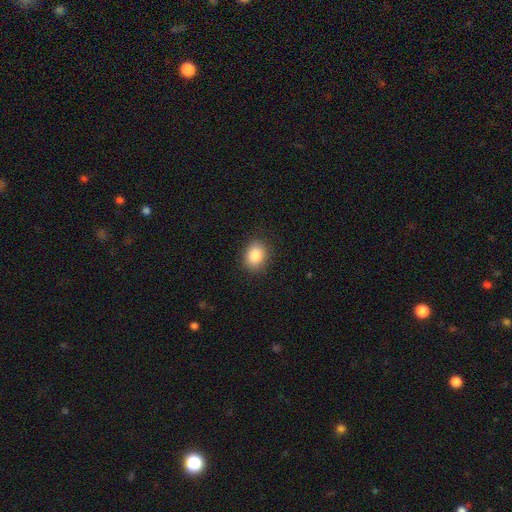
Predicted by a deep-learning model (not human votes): smooth_or_featured: smooth (p=0.86) [alt: star or artifact p=0.09]
how_rounded: round (p=0.51) [alt: in between p=0.48]
merging: none (p=0.88) [alt: minor disturbance p=0.09]